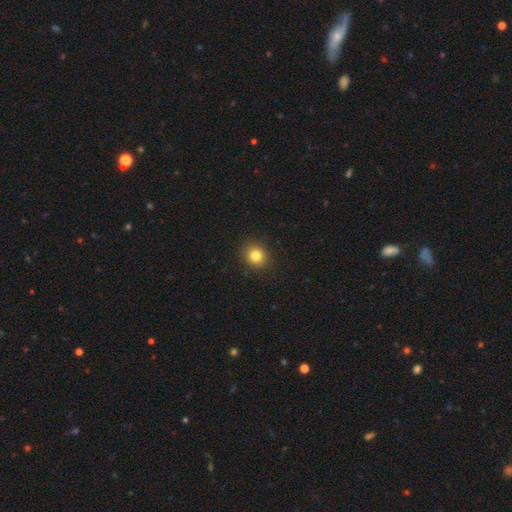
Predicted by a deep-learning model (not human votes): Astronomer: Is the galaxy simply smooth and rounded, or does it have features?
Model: smooth — 82%.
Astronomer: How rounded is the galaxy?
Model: round — 81%.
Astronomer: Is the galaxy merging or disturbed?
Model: none — 91%.